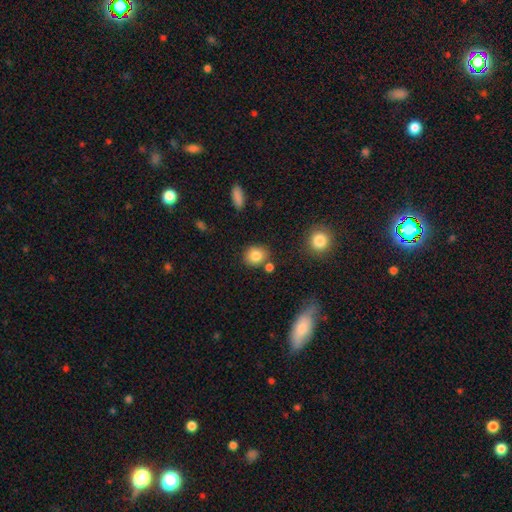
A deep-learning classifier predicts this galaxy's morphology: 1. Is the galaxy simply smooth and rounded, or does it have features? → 83% smooth, 10% star or artifact, 7% featured or disk.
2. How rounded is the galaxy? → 72% round, 26% in between, 1% cigar-shaped.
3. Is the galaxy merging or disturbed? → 77% none, 11% minor disturbance, 8% merger, 3% major disturbance.